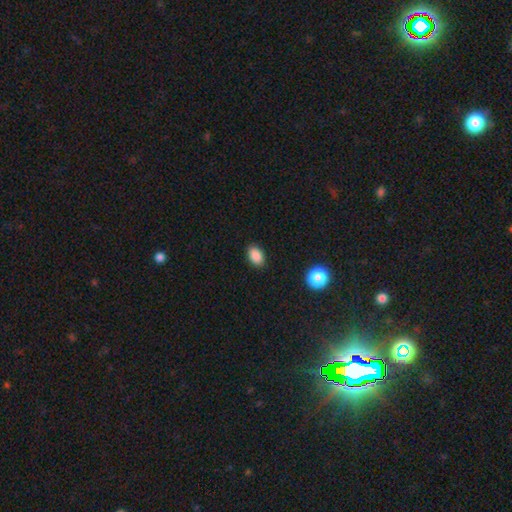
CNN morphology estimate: smooth 88%, star or artifact 9%, featured or disk 3%. Down the decision tree: how rounded — in between (84%); merging — none (88%).